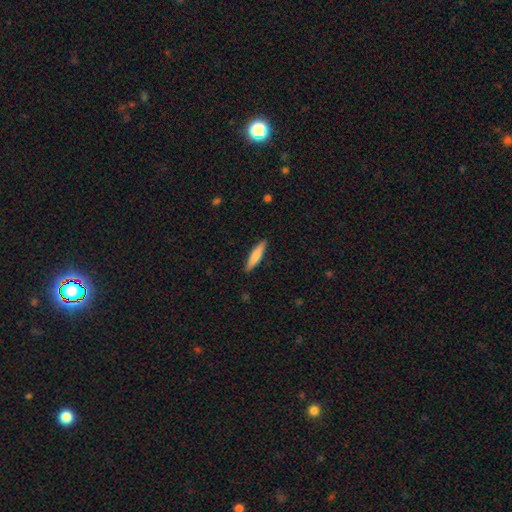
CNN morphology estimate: smooth_or_featured: smooth (p=0.75) [alt: featured or disk p=0.20]
how_rounded: cigar-shaped (p=0.84) [alt: in between p=0.15]
merging: none (p=0.90) [alt: minor disturbance p=0.07]